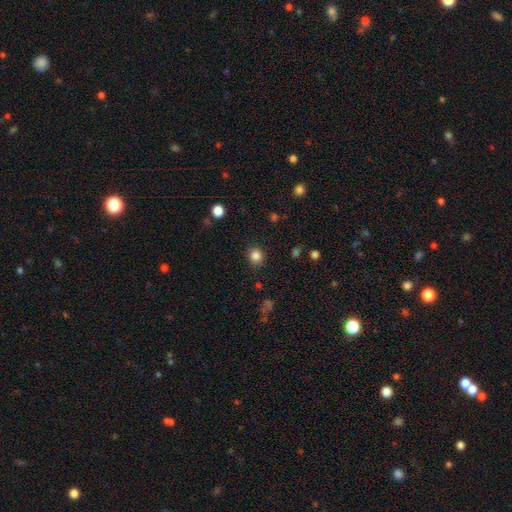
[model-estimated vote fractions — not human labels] A smooth galaxy with no disk features (84%) that is round (83%). Merging: none (89%).